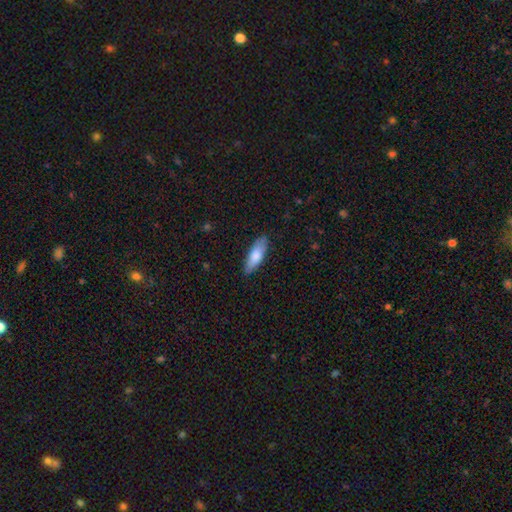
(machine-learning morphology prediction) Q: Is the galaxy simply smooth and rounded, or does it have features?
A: smooth — 77%.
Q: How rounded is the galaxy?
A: in between — 57%.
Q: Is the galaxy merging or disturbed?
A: none — 85%.